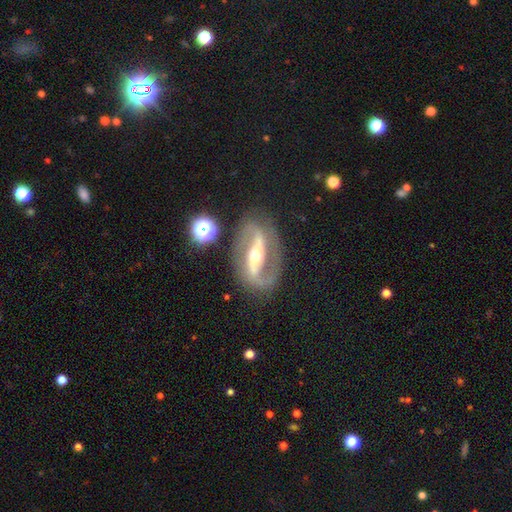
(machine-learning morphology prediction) A featured or disk galaxy (89%) with a strong bar (57%), 2 (91%) medium (51%) spiral arms (95%) and a moderate central bulge (65%). Merging: none (80%).